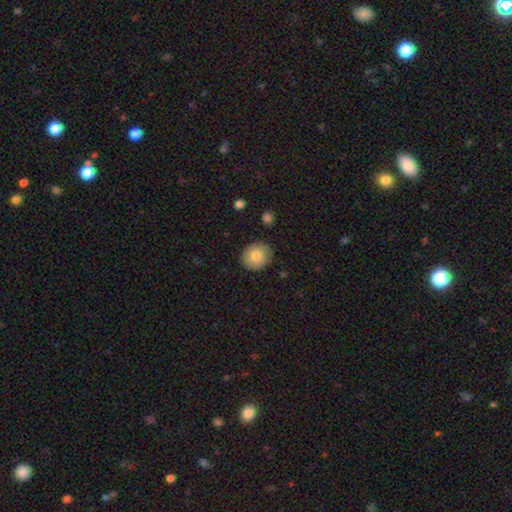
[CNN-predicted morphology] Overall: smooth (82%). How rounded: round (80%). Merging: none (86%).